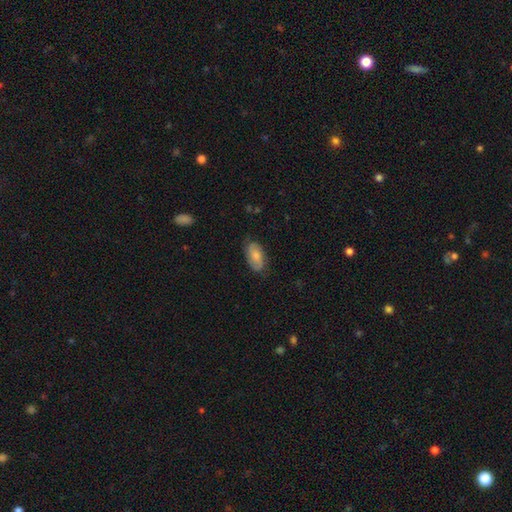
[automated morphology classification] Overall: smooth (55%; featured or disk 38%). How rounded: in between (93%). Merging: none (74%).